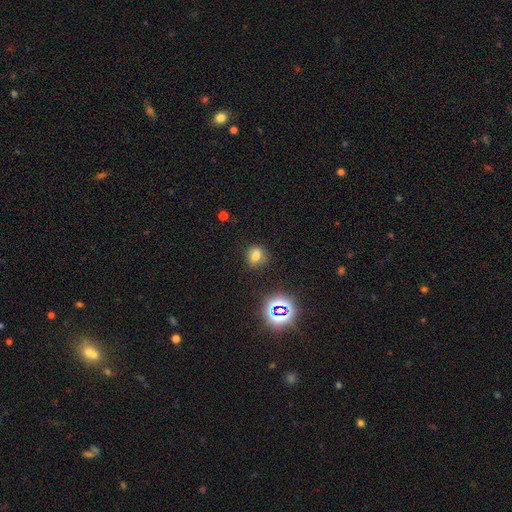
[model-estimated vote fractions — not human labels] The model was most divided on "how rounded": round: 53%, in between: 45%, cigar-shaped: 2%. More confident: merging — none (73%); smooth or featured — smooth (69%).